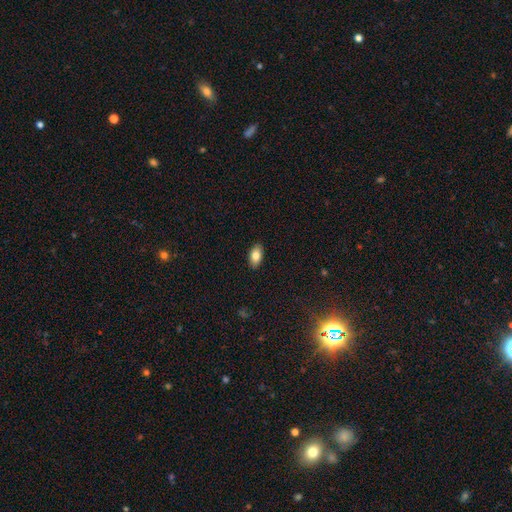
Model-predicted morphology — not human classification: smooth-or-featured: smooth: 82% | featured or disk: 11% | star or artifact: 7%
  how-rounded: in between: 92% | round: 4% | cigar-shaped: 3%
  merging: none: 89% | minor disturbance: 8% | major disturbance: 2% | merger: 1%